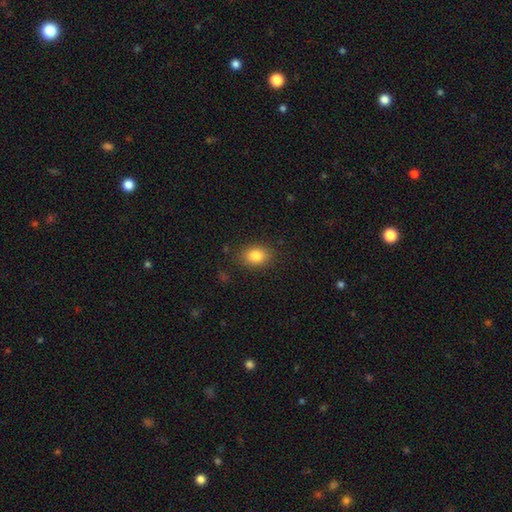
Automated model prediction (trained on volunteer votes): smooth_or_featured: smooth (p=0.84) [alt: star or artifact p=0.09]
how_rounded: in between (p=0.68) [alt: round p=0.31]
merging: none (p=0.85) [alt: minor disturbance p=0.11]